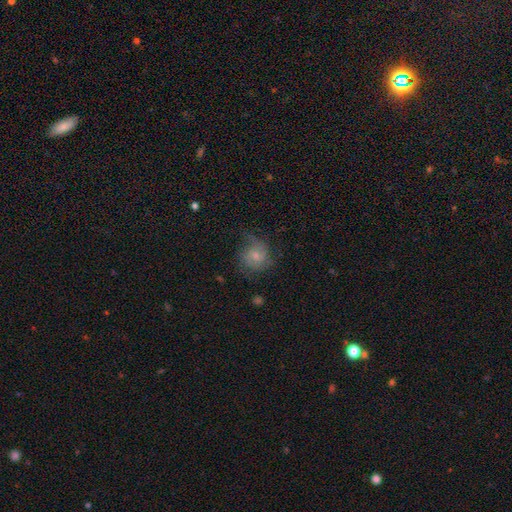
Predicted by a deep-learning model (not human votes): Smooth or featured? Predicted: featured or disk (p=0.46). Merging? Predicted: none (p=0.54).